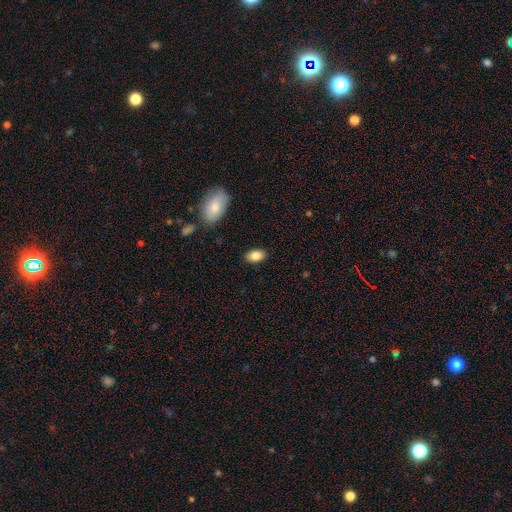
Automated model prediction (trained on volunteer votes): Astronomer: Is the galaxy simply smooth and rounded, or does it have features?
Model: smooth — 85%.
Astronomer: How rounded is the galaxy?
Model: in between — 91%.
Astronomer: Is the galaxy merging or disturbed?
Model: none — 88%.